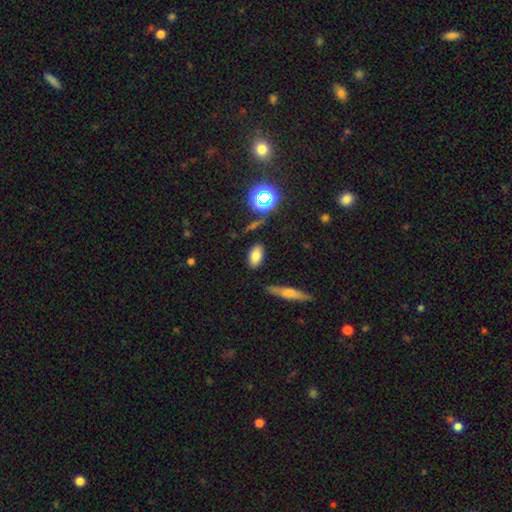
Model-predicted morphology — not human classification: Q: Smooth or featured?
A: smooth (77%); runner-up: star or artifact (12%)
Q: How rounded?
A: in between (89%); runner-up: round (6%)
Q: Merging?
A: none (84%); runner-up: minor disturbance (10%)